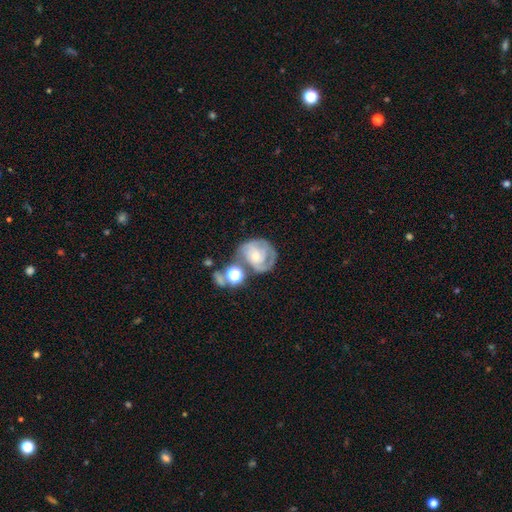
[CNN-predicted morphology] This is likely a featured or disk galaxy (71%). It is clearly not viewed edge-on (98%). Bar: likely no (69%). Spiral arm pattern: clearly yes (84%). Spiral arm count: marginally can't tell (33%). Spiral winding: possibly tight (57%). Central bulge: possibly small (55%). Merging: possibly none (45%).